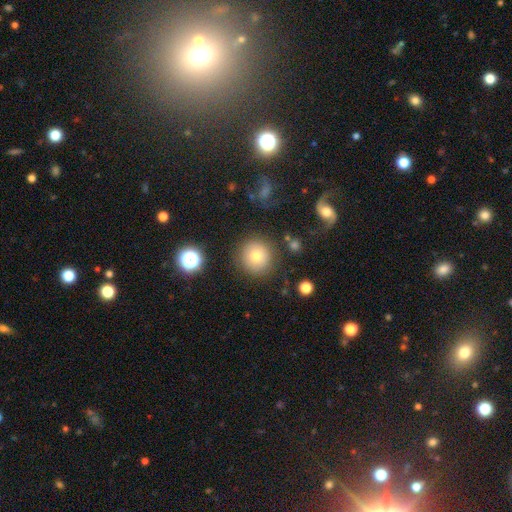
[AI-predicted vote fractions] A smooth galaxy with no disk features (75%) that is round (94%).

Vote fractions:
- Smooth or featured? smooth: 75% / featured or disk: 13% / star or artifact: 12%
- How rounded? round: 94% / in between: 5% / cigar-shaped: 1%
- Merging? none: 85% / minor disturbance: 9% / major disturbance: 4% / merger: 3%